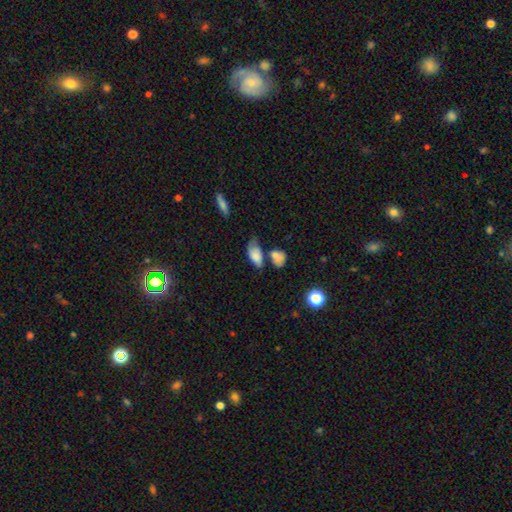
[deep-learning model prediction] A smooth galaxy with no disk features (76%) that is in between round and cigar-shaped (88%).

Vote fractions:
- Smooth or featured? smooth: 76% / featured or disk: 16% / star or artifact: 8%
- How rounded? in between: 88% / cigar-shaped: 6% / round: 5%
- Merging? none: 39% / minor disturbance: 29% / merger: 20% / major disturbance: 12%